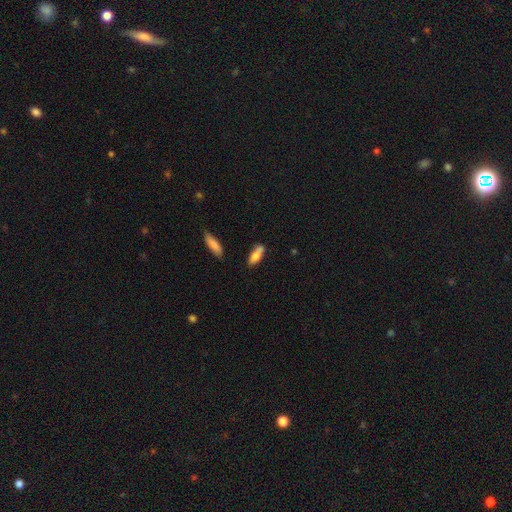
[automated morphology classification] This appears to be a smooth galaxy with no disk features (74%) that is in between round and cigar-shaped (61%). Merging: none (58%).